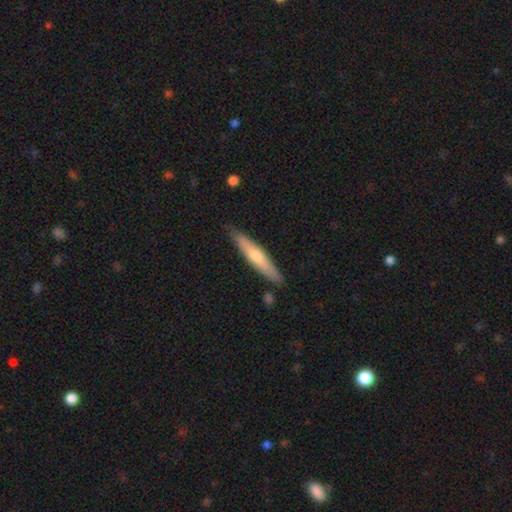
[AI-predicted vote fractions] Smooth or featured?
  - smooth: 52% *
  - featured or disk: 42%
  - star or artifact: 5%
How rounded?
  - cigar-shaped: 89% *
  - in between: 10%
  - round: 1%
Merging?
  - none: 85% *
  - minor disturbance: 11%
  - merger: 2%
  - major disturbance: 2%